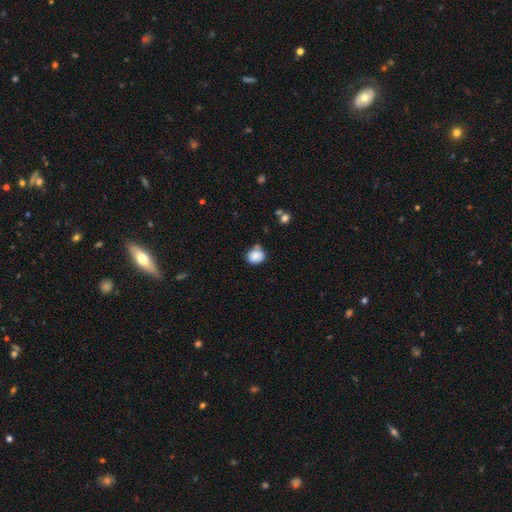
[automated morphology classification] smooth 86%, star or artifact 9%, featured or disk 5%. Down the decision tree: how rounded — round (70%); merging — none (59%).